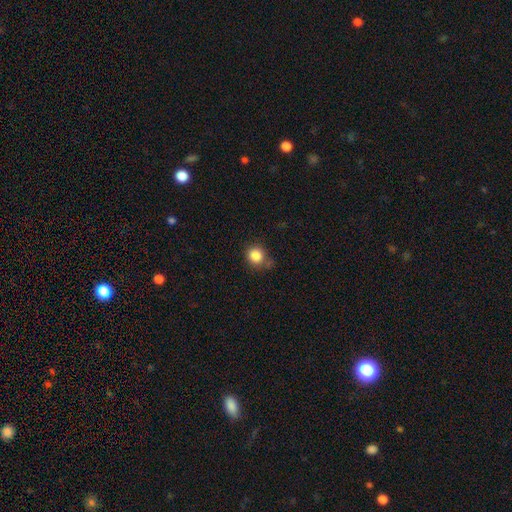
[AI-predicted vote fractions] Smooth or featured? smooth (85%)
How rounded? round (86%)
Merging? none (67%)